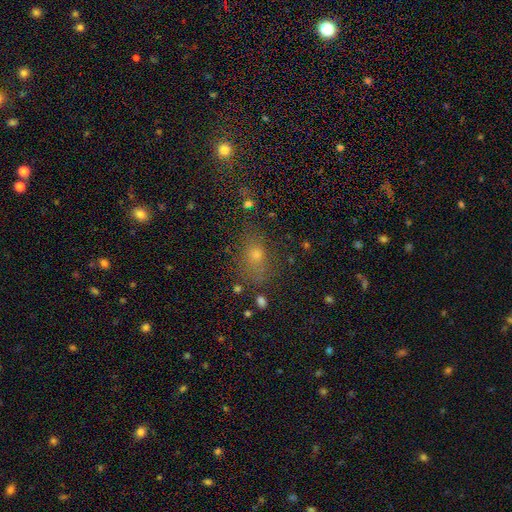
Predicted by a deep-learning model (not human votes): smooth_or_featured: smooth (p=0.65) [alt: star or artifact p=0.23]
how_rounded: in between (p=0.61) [alt: round p=0.35]
merging: none (p=0.69) [alt: minor disturbance p=0.18]